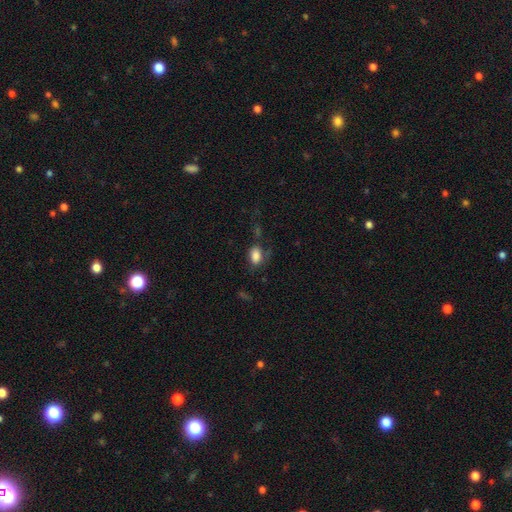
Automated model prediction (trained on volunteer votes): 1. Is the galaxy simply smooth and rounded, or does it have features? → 84% smooth, 9% star or artifact, 7% featured or disk.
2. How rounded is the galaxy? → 84% in between, 14% round, 2% cigar-shaped.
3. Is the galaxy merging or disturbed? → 55% none, 24% minor disturbance, 16% major disturbance, 5% merger.